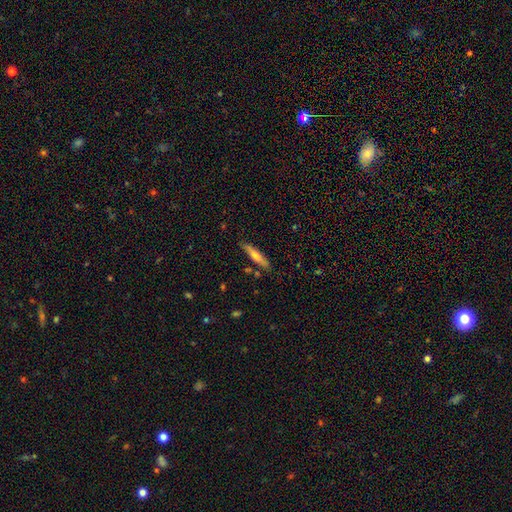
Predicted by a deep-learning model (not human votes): Morphology: type=smooth (64%); roundness=cigar-shaped (87%); merging=none (85%).